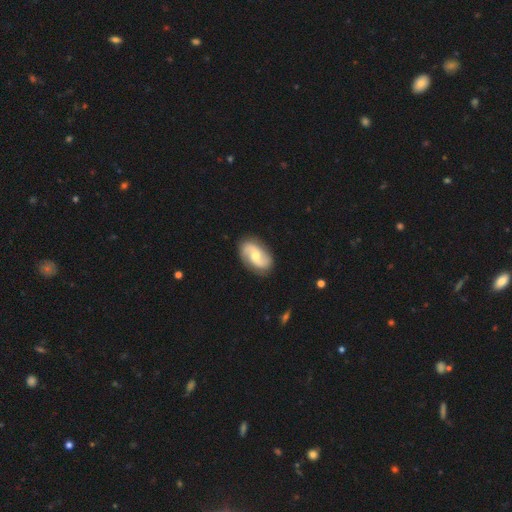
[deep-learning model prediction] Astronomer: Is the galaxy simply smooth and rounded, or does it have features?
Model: featured or disk — 77%.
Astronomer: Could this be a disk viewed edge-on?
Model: no — 97%.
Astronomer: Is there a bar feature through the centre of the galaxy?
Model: no — 54% (runner-up: weak, 38%).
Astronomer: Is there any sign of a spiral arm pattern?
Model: yes — 94%.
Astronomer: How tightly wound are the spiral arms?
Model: medium — 43% (runner-up: loose, 38%).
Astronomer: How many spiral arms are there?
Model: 2 — 91%.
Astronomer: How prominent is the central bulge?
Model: moderate — 64%.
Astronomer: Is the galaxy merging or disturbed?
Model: none — 85%.